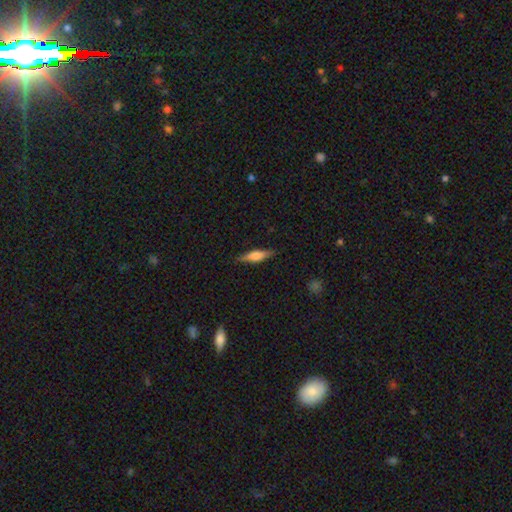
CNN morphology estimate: Smooth or featured? Predicted: featured or disk (p=0.47). Merging? Predicted: none (p=0.87).